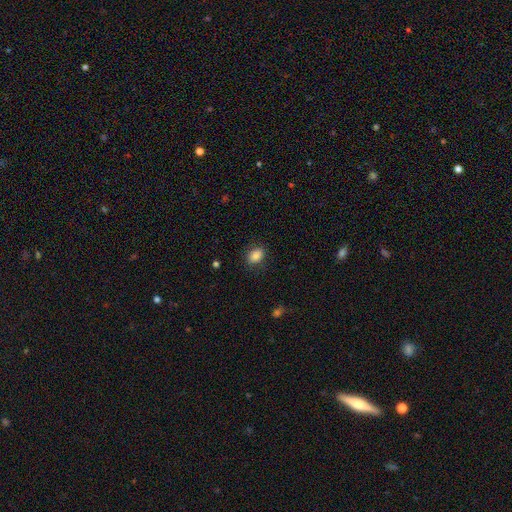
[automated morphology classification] type=smooth (85%); roundness=in between (74%); merging=none (83%).